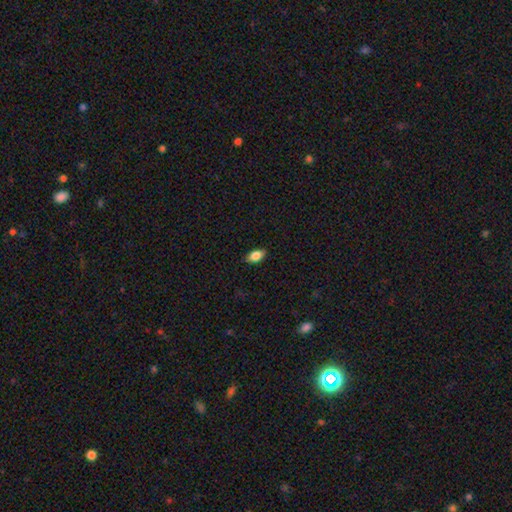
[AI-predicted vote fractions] This appears to be a smooth galaxy with no disk features (80%) that is in between round and cigar-shaped (88%). Merging: none (85%).